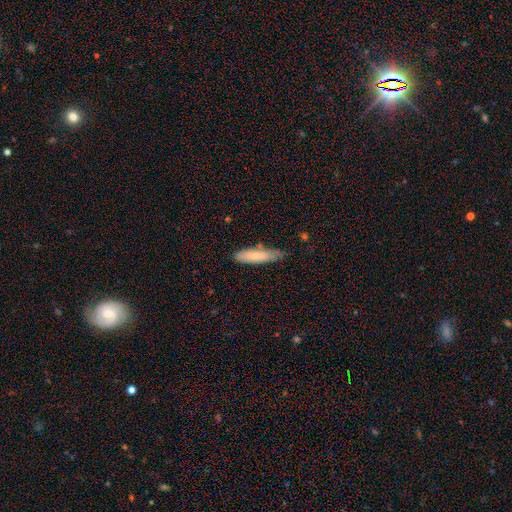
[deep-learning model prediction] Morphology: type=smooth (75%); roundness=cigar-shaped (68%); merging=none (67%).